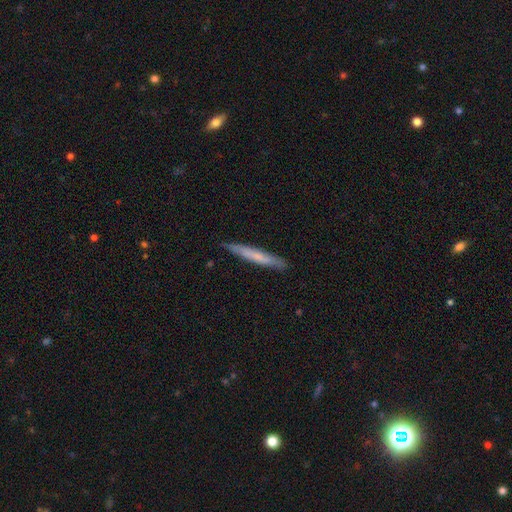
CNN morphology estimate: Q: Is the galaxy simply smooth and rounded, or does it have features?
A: smooth — 59%.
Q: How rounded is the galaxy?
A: cigar-shaped — 96%.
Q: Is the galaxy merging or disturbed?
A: none — 87%.